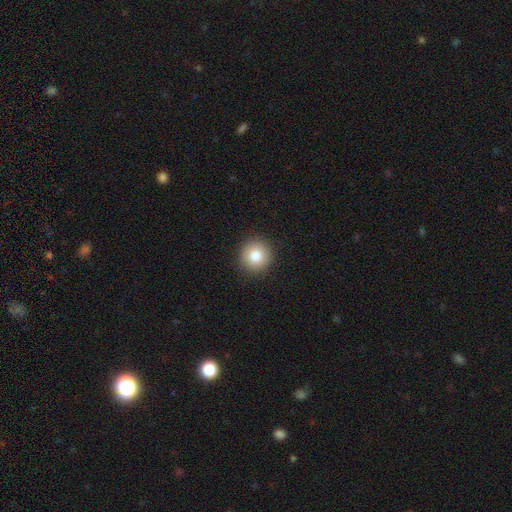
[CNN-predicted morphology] This appears to be a smooth galaxy with no disk features (80%) that is round (95%). Merging: none (92%).